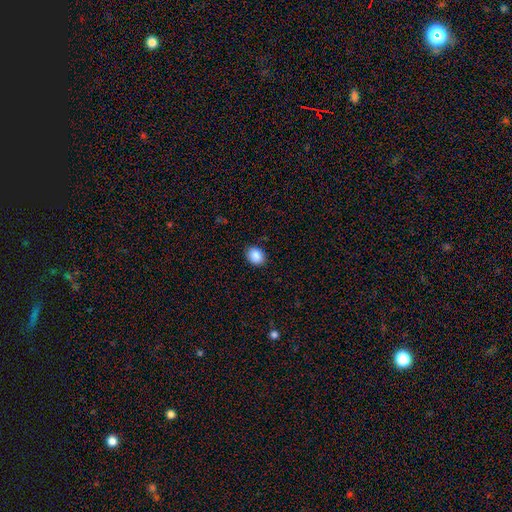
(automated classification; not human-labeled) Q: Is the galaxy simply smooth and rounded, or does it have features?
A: smooth — 89%.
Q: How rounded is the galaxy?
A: in between — 57%.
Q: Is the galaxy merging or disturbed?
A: none — 88%.